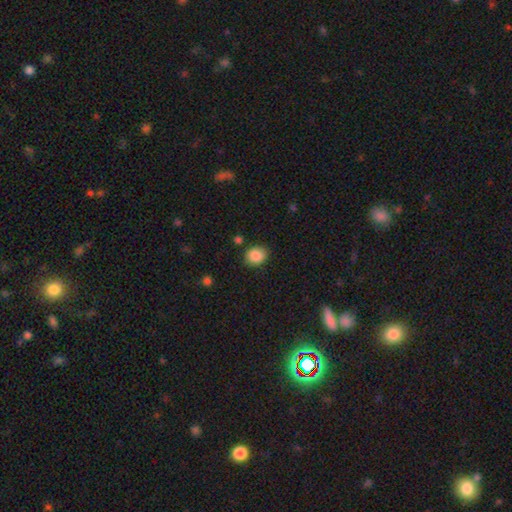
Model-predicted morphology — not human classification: Smooth or featured?
  - smooth: 87% *
  - star or artifact: 9%
  - featured or disk: 4%
How rounded?
  - round: 63% *
  - in between: 36%
  - cigar-shaped: 1%
Merging?
  - none: 82% *
  - minor disturbance: 12%
  - major disturbance: 3%
  - merger: 3%